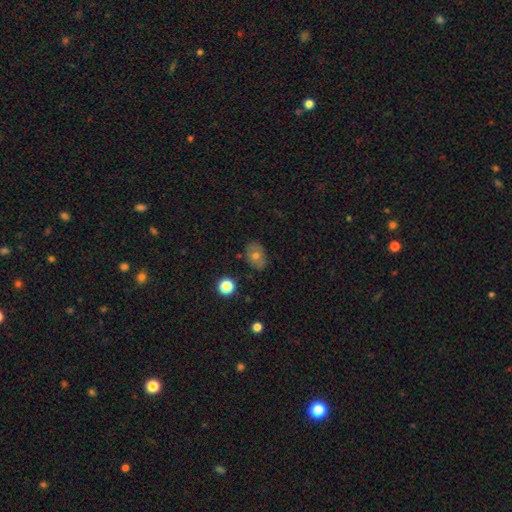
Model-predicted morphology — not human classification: Overall: smooth (66%). How rounded: in between (75%). Merging: none (80%).